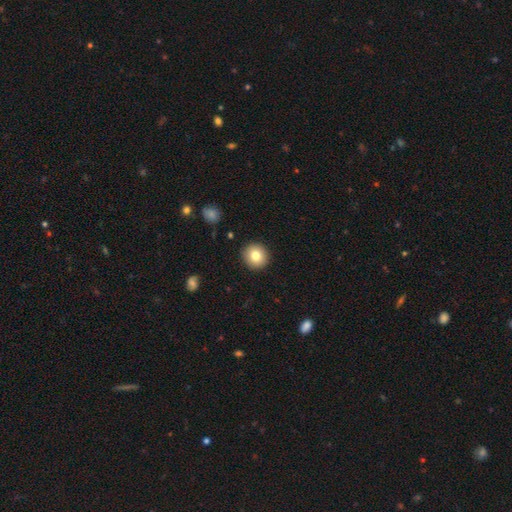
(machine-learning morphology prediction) Q: Smooth or featured?
A: smooth (81%); runner-up: featured or disk (10%)
Q: How rounded?
A: round (93%); runner-up: in between (6%)
Q: Merging?
A: none (91%); runner-up: minor disturbance (6%)